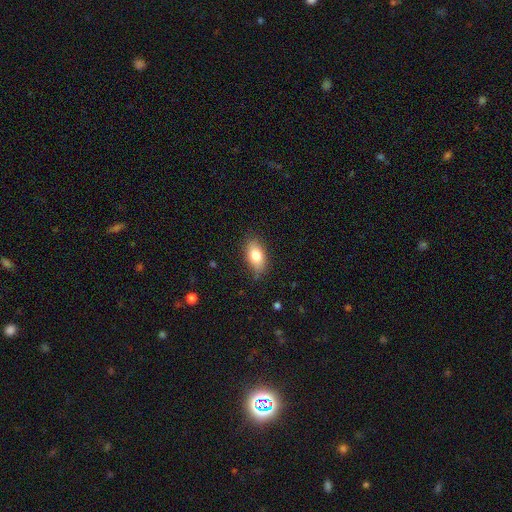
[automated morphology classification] The model was most divided on "smooth or featured": smooth: 80%, featured or disk: 13%, star or artifact: 7%. More confident: how rounded — in between (89%); merging — none (81%).